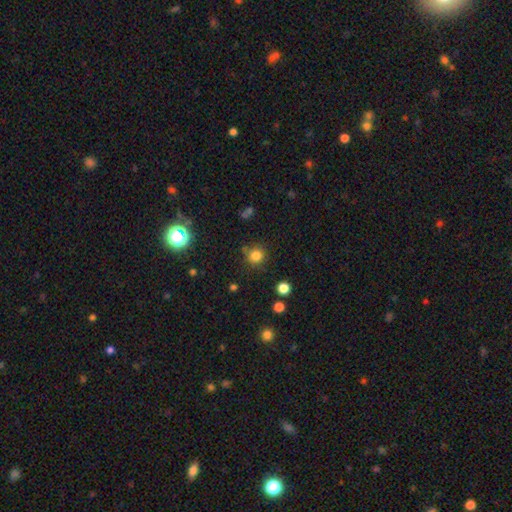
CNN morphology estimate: The model was most divided on "smooth or featured": smooth: 80%, star or artifact: 15%, featured or disk: 5%. More confident: how rounded — round (92%); merging — none (82%).